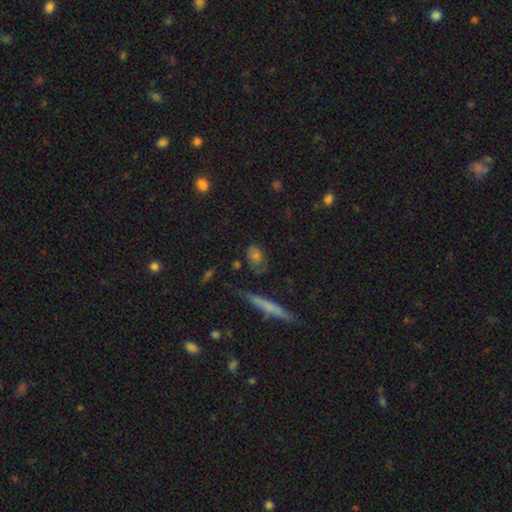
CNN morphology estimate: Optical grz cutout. It shows a smooth galaxy with no disk features (70%) that is in between round and cigar-shaped (70%). Merging: none (69%).